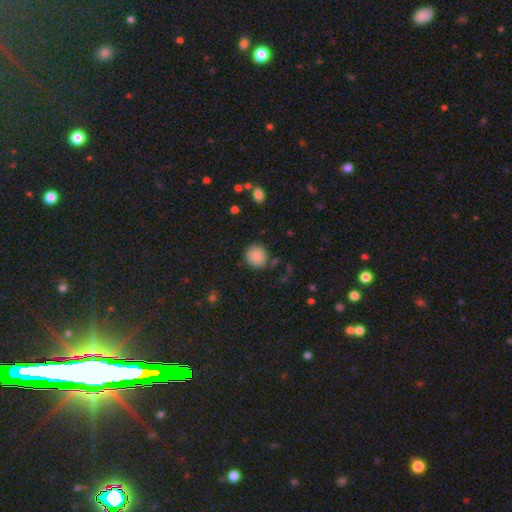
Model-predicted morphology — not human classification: smooth 87%, star or artifact 9%, featured or disk 4%. Down the decision tree: how rounded — round (89%); merging — none (83%).